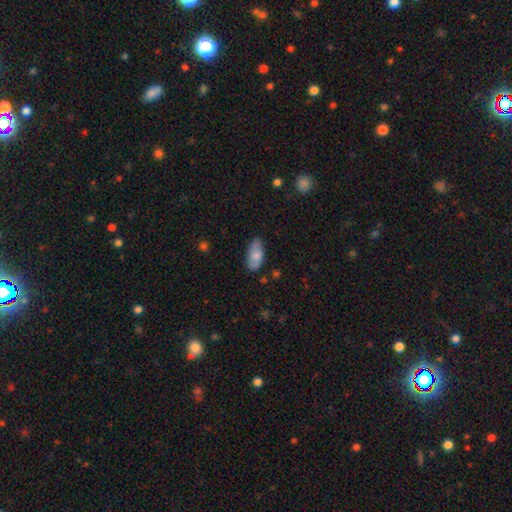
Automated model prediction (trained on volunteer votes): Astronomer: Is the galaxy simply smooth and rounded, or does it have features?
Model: smooth — 77%.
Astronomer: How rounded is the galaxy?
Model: in between — 90%.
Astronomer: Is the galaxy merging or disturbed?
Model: none — 78%.